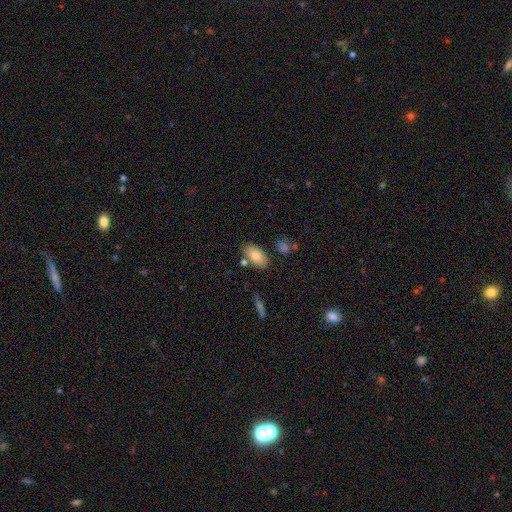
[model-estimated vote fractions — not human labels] Morphology: type=smooth (82%); roundness=in between (93%); merging=none (77%).